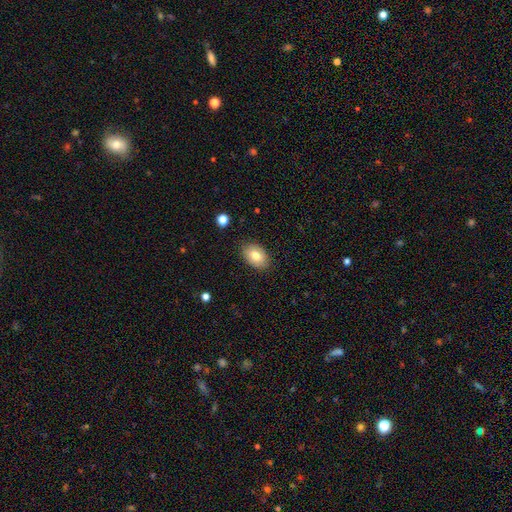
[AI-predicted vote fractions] The model was most divided on "smooth or featured": smooth: 77%, featured or disk: 15%, star or artifact: 8%. More confident: how rounded — in between (86%); merging — none (86%).